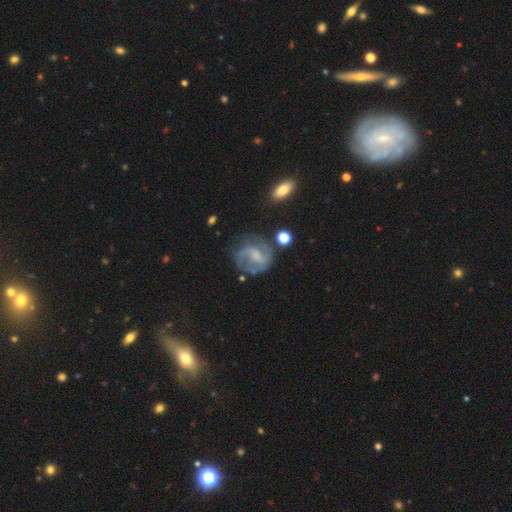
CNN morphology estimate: A featured or disk galaxy (72%) with a weak bar (52%), 2 (75%) medium (45%) spiral arms (87%) and a small central bulge (38%).

Vote fractions:
- Smooth or featured? featured or disk: 72% / smooth: 19% / star or artifact: 8%
- Edge-on disk? no: 97% / yes: 3%
- Bar? weak: 52% / no: 26% / strong: 22%
- Spiral arms? yes: 87% / no: 13%
- Spiral winding? medium: 45% / loose: 36% / tight: 20%
- Spiral arm count? 2: 75% / can't tell: 12% / 1: 6% / 3: 4% / 4: 1% / more than 4: 1%
- Bulge size? small: 38% / none: 31% / moderate: 26% / large: 4% / dominant: 1%
- Merging? none: 61% / minor disturbance: 20% / major disturbance: 13% / merger: 5%